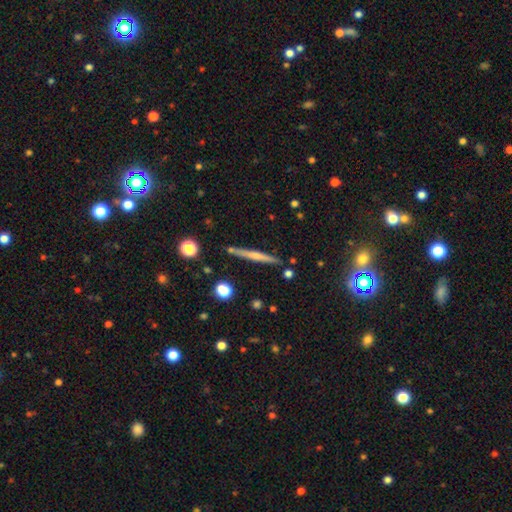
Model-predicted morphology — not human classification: A featured or disk galaxy (48%). Merging: none (87%).